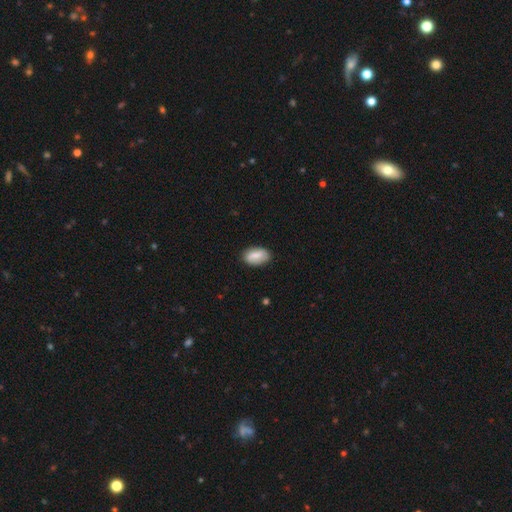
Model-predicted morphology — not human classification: Smooth or featured?
  - smooth: 76% *
  - featured or disk: 18%
  - star or artifact: 7%
How rounded?
  - in between: 93% *
  - round: 4%
  - cigar-shaped: 3%
Merging?
  - none: 82% *
  - minor disturbance: 14%
  - major disturbance: 3%
  - merger: 1%